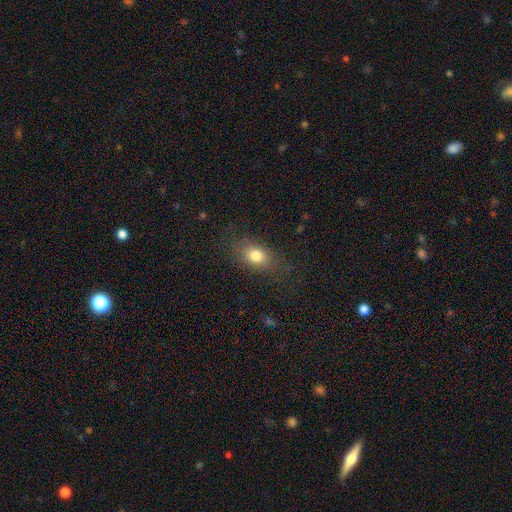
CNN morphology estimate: Q: Smooth or featured?
A: smooth (77%); runner-up: featured or disk (12%)
Q: How rounded?
A: in between (76%); runner-up: round (19%)
Q: Merging?
A: none (78%); runner-up: minor disturbance (14%)